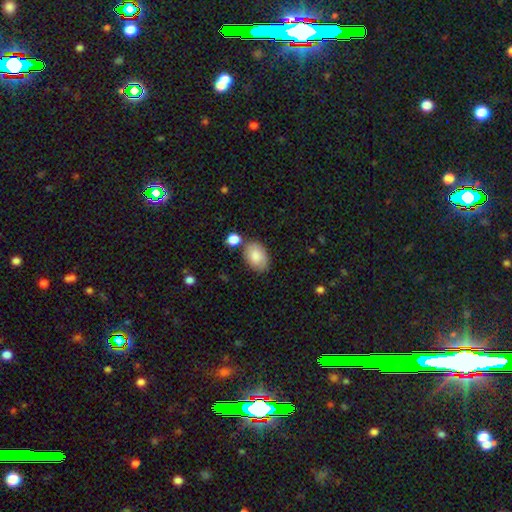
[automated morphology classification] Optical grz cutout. It shows a smooth galaxy with no disk features (83%) that is in between round and cigar-shaped (87%). Merging: none (67%).